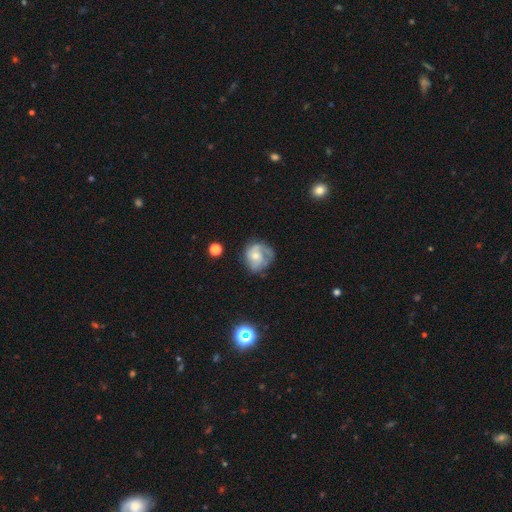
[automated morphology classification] The model was most divided on "bulge size": small: 48%, moderate: 45%, none: 3%, large: 3%, dominant: 1%. More confident: edge-on disk — no (98%); spiral arms — yes (78%); bar — no (73%); smooth or featured — featured or disk (61%); merging — none (51%).